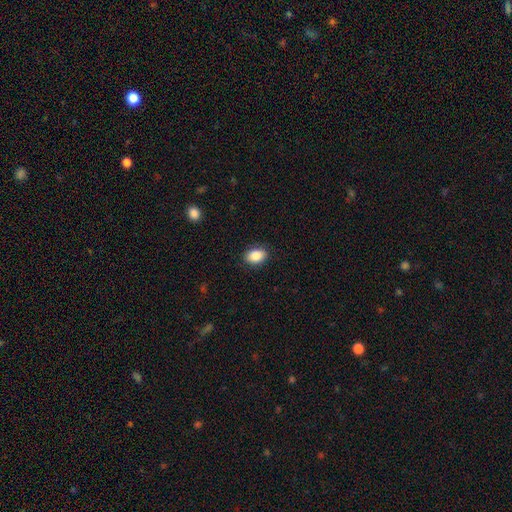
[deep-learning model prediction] Smooth or featured? Predicted: smooth (p=0.88). How rounded? Predicted: in between (p=0.82). Merging? Predicted: none (p=0.89).